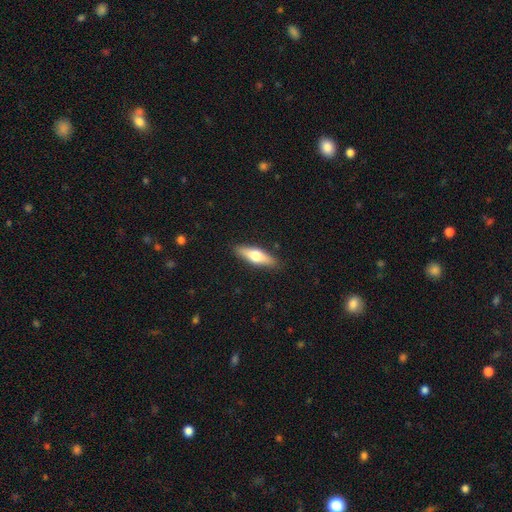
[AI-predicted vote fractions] Smooth or featured? smooth (54%)
How rounded? cigar-shaped (57%)
Merging? none (89%)